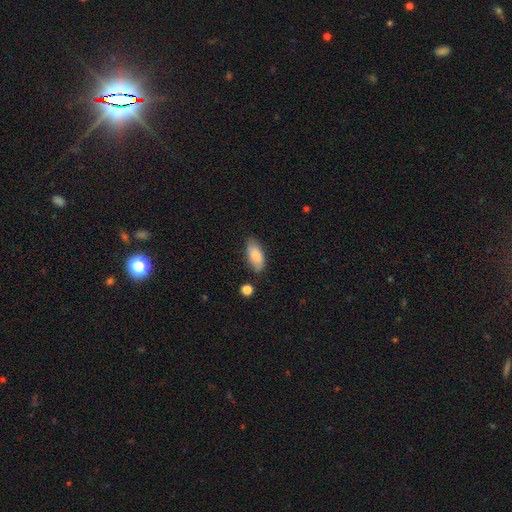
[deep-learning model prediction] smooth-or-featured: smooth: 80% | featured or disk: 14% | star or artifact: 7%
  how-rounded: in between: 89% | cigar-shaped: 9% | round: 3%
  merging: none: 78% | minor disturbance: 16% | merger: 3% | major disturbance: 3%